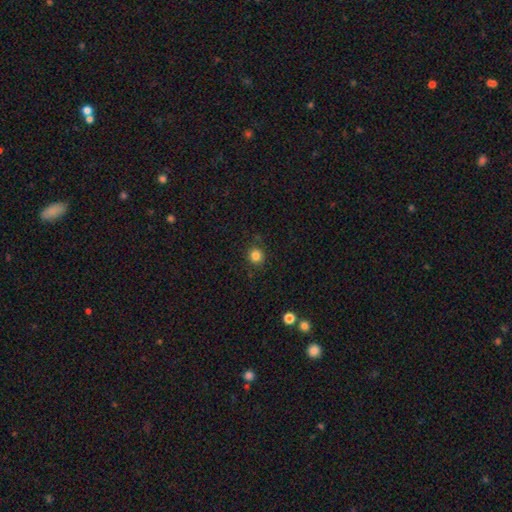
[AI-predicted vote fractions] smooth 84%, star or artifact 12%, featured or disk 4%. Down the decision tree: how rounded — round (91%); merging — none (87%).